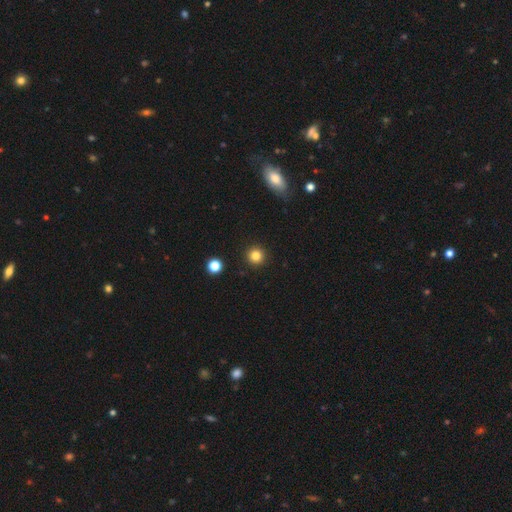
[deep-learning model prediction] Smooth or featured? smooth (83%)
How rounded? round (95%)
Merging? none (92%)